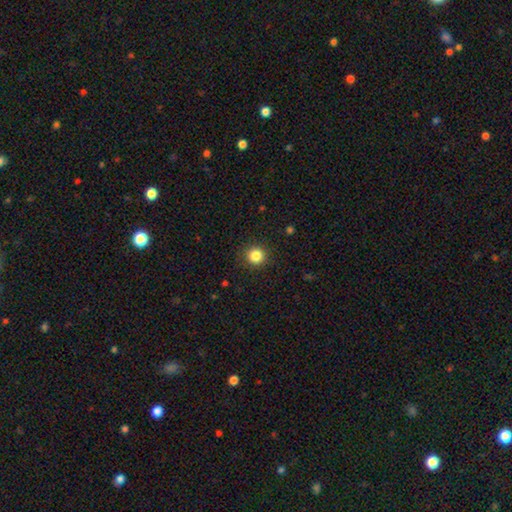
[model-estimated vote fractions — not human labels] This appears to be a smooth galaxy with no disk features (85%) that is round (94%). Merging: none (91%).